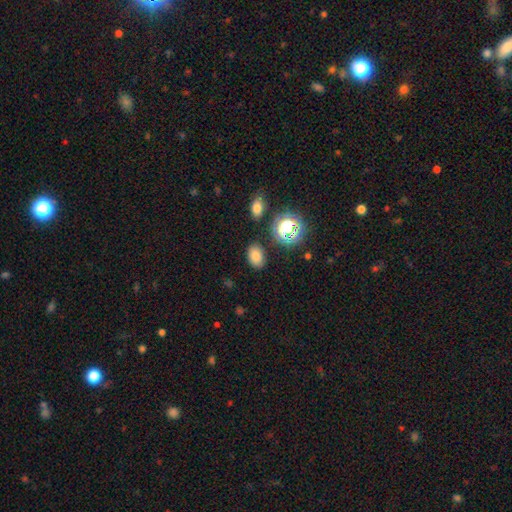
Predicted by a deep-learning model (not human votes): smooth_or_featured: smooth (p=0.76) [alt: star or artifact p=0.17]
how_rounded: in between (p=0.77) [alt: round p=0.22]
merging: none (p=0.82) [alt: minor disturbance p=0.11]